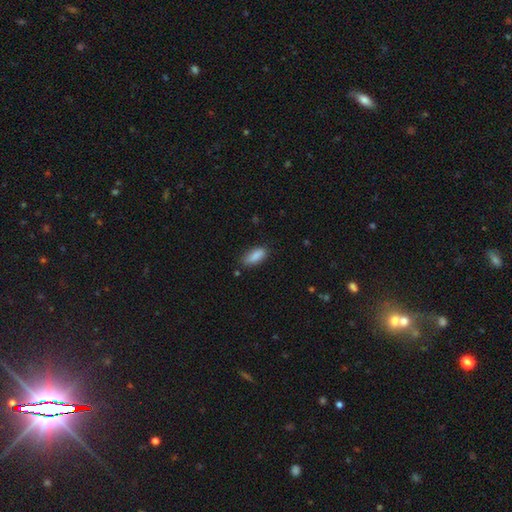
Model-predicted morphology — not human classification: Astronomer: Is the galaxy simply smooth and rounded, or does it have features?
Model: smooth — 88%.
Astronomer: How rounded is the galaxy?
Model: in between — 80%.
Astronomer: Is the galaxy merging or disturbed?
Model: none — 74%.